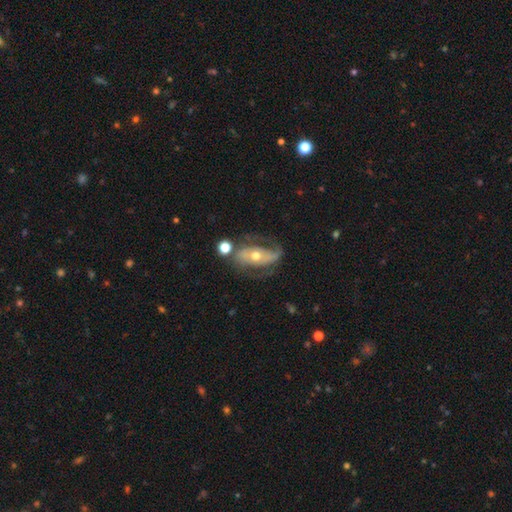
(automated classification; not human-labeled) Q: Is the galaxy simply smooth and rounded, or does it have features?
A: featured or disk — 77%.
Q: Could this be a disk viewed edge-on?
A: no — 92%.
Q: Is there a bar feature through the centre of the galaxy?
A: no — 47%.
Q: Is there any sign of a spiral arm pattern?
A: yes — 82%.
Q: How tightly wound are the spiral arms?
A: medium — 42%.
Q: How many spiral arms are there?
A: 2 — 78%.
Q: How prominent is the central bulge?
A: moderate — 65%.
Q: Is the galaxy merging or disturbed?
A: none — 58%.